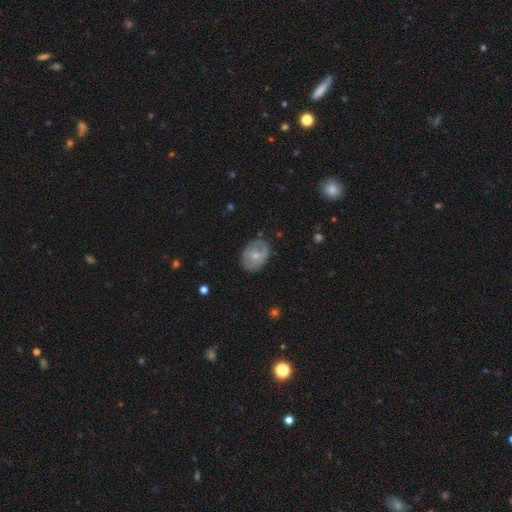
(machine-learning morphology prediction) Q: Smooth or featured?
A: smooth (50%); runner-up: featured or disk (43%)
Q: How rounded?
A: in between (67%); runner-up: round (32%)
Q: Merging?
A: none (67%); runner-up: minor disturbance (24%)